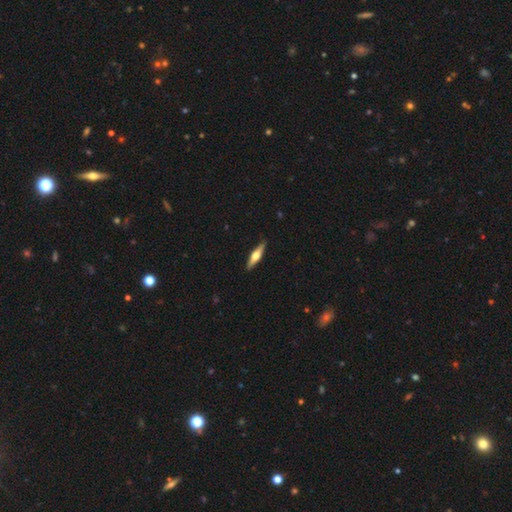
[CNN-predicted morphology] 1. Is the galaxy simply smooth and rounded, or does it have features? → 59% featured or disk, 36% smooth, 5% star or artifact.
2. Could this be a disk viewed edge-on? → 96% yes, 4% no.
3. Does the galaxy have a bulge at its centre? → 93% rounded, 5% boxy, 2% none.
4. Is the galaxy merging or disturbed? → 90% none, 8% minor disturbance, 2% major disturbance, 1% merger.